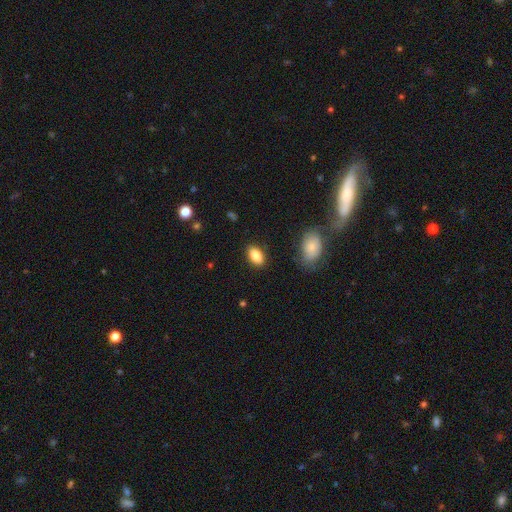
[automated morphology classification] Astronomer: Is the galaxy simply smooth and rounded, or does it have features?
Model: smooth — 86%.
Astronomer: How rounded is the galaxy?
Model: in between — 92%.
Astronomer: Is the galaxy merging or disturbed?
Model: none — 87%.